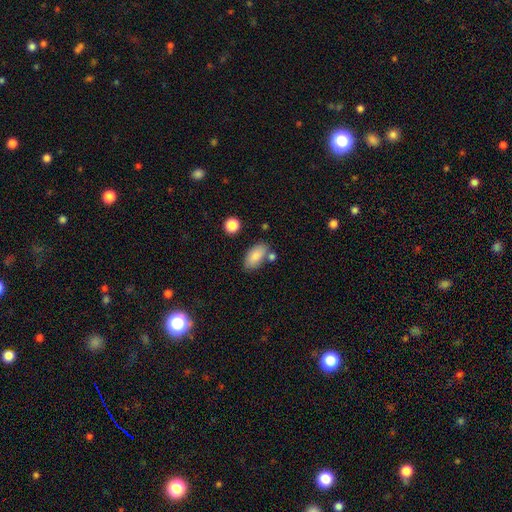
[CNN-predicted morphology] Q: Smooth or featured?
A: smooth (84%); runner-up: featured or disk (9%)
Q: How rounded?
A: in between (92%); runner-up: cigar-shaped (5%)
Q: Merging?
A: none (72%); runner-up: minor disturbance (15%)